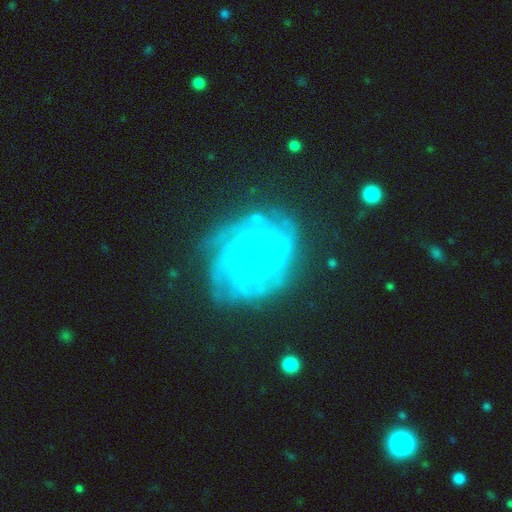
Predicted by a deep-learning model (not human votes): smooth-or-featured: featured or disk: 84% | star or artifact: 8% | smooth: 8%
  disk-edge-on: no: 97% | yes: 3%
    bar: no: 79% | weak: 17% | strong: 4%
    has-spiral-arms: yes: 96% | no: 4%
      spiral-winding: tight: 74% | medium: 21% | loose: 5%
      spiral-arm-count: can't tell: 30% | more than 4: 21% | 4: 21% | 3: 12% | 2: 9% | 1: 7%
    bulge-size: small: 80% | moderate: 16% | none: 2% | large: 1% | dominant: 1%
  merging: none: 74% | minor disturbance: 16% | major disturbance: 8% | merger: 2%